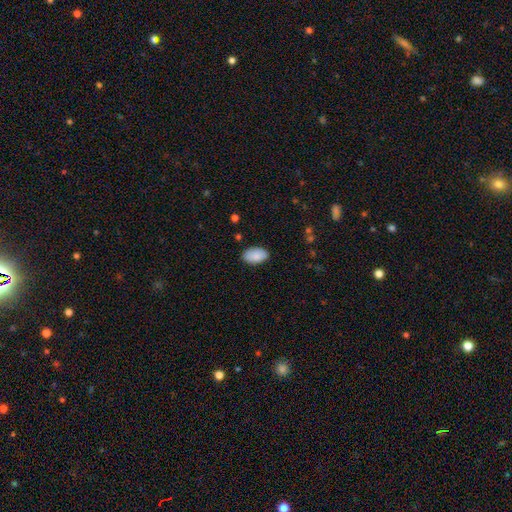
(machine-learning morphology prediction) This is clearly a smooth galaxy (87%). How rounded: clearly in between (94%). Merging: clearly none (84%).